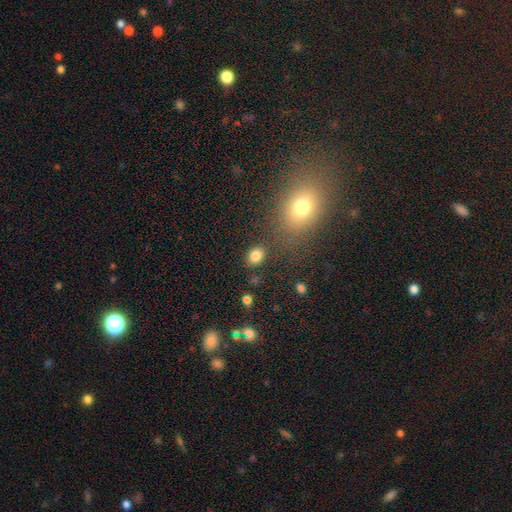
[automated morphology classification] Q: Smooth or featured?
A: smooth (83%); runner-up: star or artifact (11%)
Q: How rounded?
A: in between (61%); runner-up: round (38%)
Q: Merging?
A: none (82%); runner-up: minor disturbance (10%)